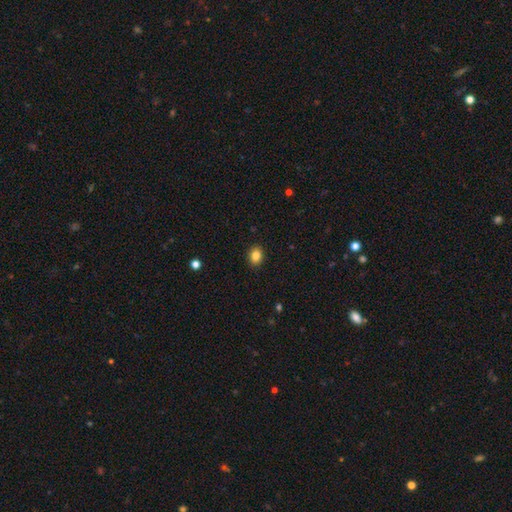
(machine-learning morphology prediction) smooth 84%, star or artifact 10%, featured or disk 6%. Down the decision tree: how rounded — in between (60%); merging — none (90%).